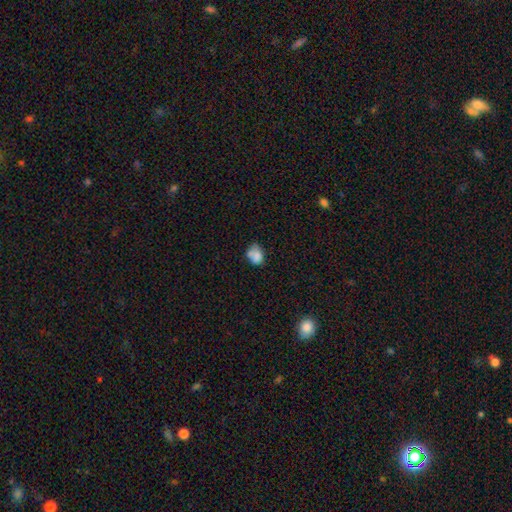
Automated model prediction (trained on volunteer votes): This appears to be a smooth galaxy with no disk features (73%) that is in between round and cigar-shaped (60%). Merging: none (41%).